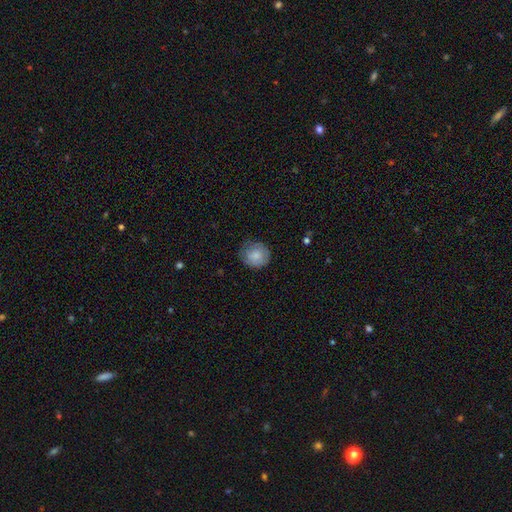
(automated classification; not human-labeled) smooth_or_featured: smooth (p=0.79) [alt: featured or disk p=0.14]
how_rounded: round (p=0.85) [alt: in between p=0.14]
merging: none (p=0.70) [alt: minor disturbance p=0.23]